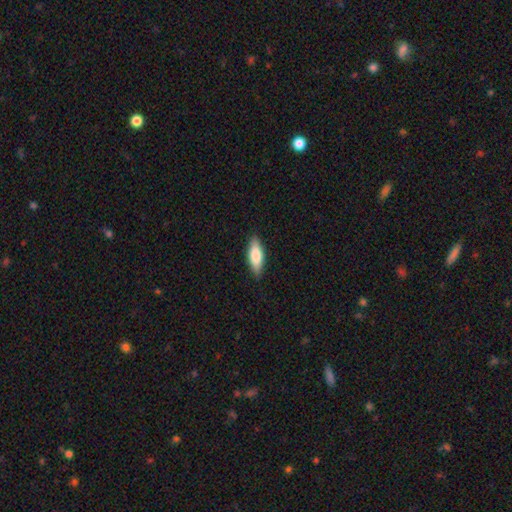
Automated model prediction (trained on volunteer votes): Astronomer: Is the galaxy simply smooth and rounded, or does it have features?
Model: smooth — 78%.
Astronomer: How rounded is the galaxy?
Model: in between — 68%.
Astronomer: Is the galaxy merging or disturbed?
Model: none — 86%.